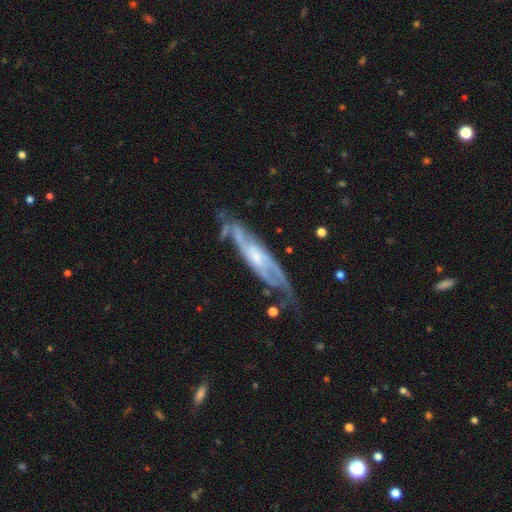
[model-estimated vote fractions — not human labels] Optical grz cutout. It shows a featured or disk galaxy (83%) with no bar (56%), 2 (48%) medium (43%) spiral arms (92%) and a small central bulge (55%). Merging: none (58%).